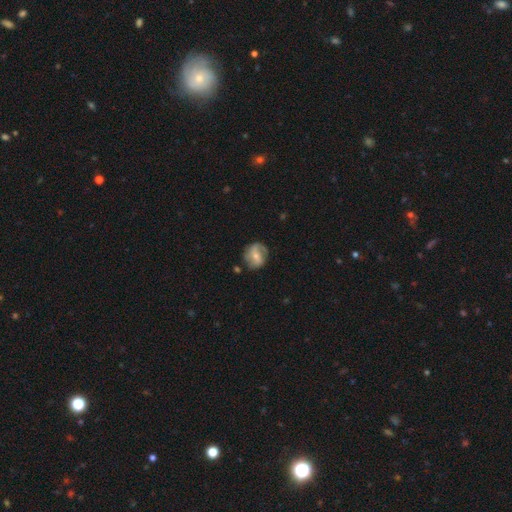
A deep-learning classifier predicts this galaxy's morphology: Smooth or featured? featured or disk (55%)
Edge-on disk? no (96%)
Bar? weak (40%)
Spiral arms? yes (72%)
Bulge size? small (48%)
Merging? none (68%)